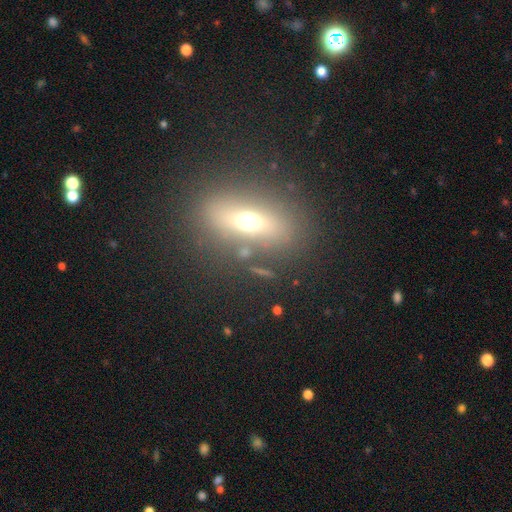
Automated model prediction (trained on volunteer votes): Morphology: type=featured or disk (45%); merging=none (79%).